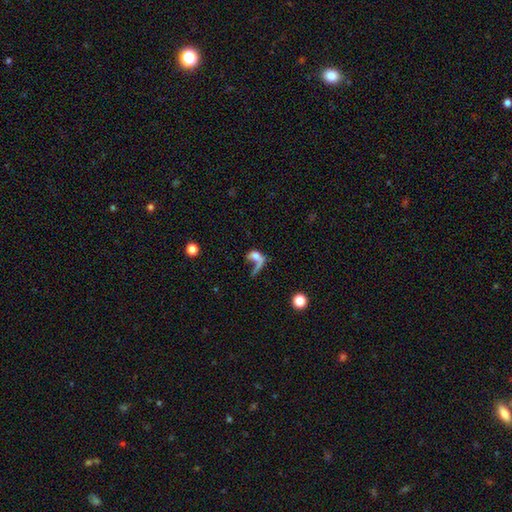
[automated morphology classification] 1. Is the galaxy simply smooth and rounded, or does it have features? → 53% smooth, 35% featured or disk, 12% star or artifact.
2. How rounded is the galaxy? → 55% in between, 31% round, 15% cigar-shaped.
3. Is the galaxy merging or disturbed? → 34% major disturbance, 31% merger, 24% none, 11% minor disturbance.